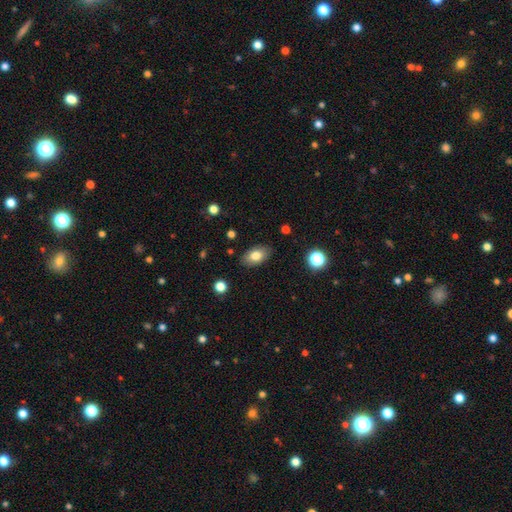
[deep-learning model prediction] A smooth galaxy with no disk features (78%) that is in between round and cigar-shaped (90%). Merging: none (86%).